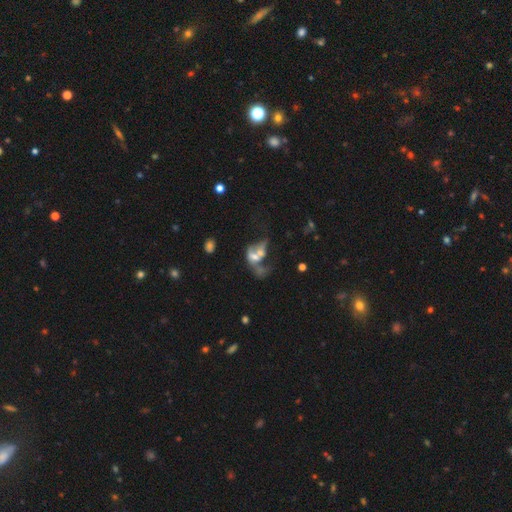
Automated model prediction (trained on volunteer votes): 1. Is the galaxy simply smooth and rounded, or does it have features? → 48% featured or disk, 38% smooth, 14% star or artifact.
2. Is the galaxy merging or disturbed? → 65% merger, 18% major disturbance, 10% none, 6% minor disturbance.